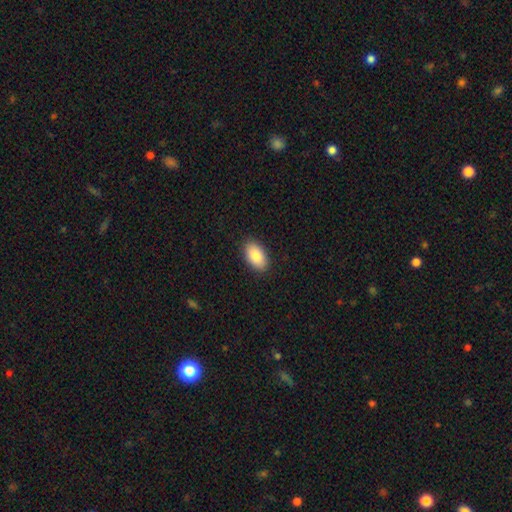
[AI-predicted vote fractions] Smooth or featured?
  - smooth: 87% *
  - star or artifact: 7%
  - featured or disk: 6%
How rounded?
  - in between: 94% *
  - round: 5%
  - cigar-shaped: 2%
Merging?
  - none: 89% *
  - minor disturbance: 8%
  - major disturbance: 2%
  - merger: 1%